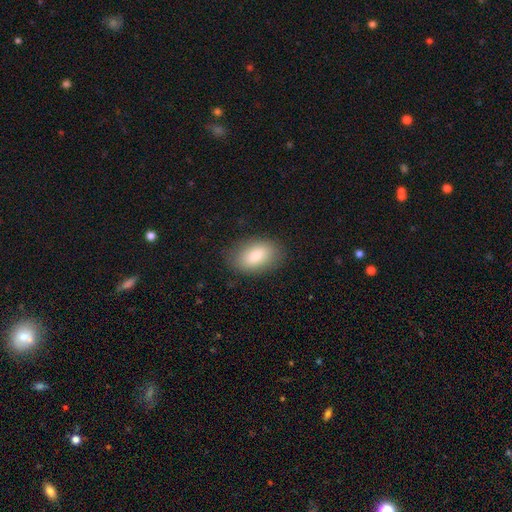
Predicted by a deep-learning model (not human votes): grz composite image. It shows a smooth galaxy with no disk features (80%) that is in between round and cigar-shaped (89%). Merging: none (84%).